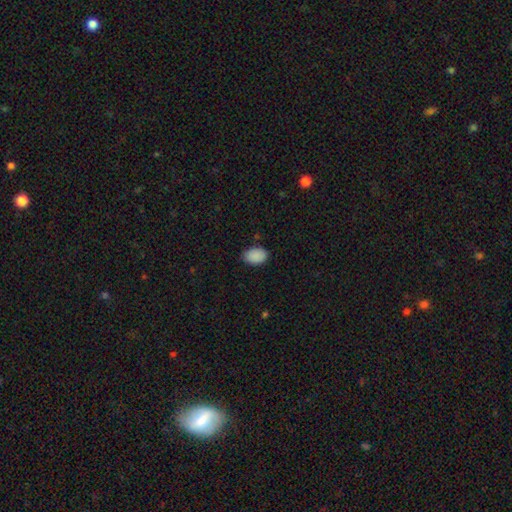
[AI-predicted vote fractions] This is clearly a smooth galaxy (89%). How rounded: clearly in between (84%). Merging: clearly none (81%).